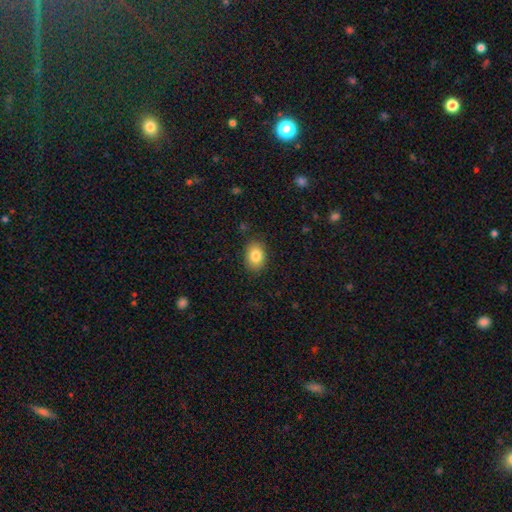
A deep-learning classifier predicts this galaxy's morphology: Q: Smooth or featured?
A: smooth (84%); runner-up: star or artifact (9%)
Q: How rounded?
A: in between (66%); runner-up: round (33%)
Q: Merging?
A: none (86%); runner-up: minor disturbance (11%)